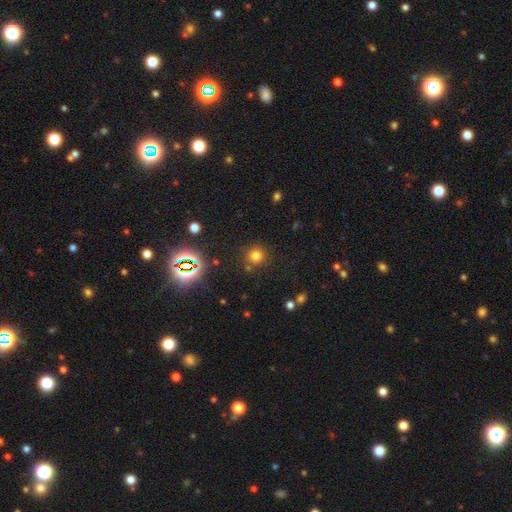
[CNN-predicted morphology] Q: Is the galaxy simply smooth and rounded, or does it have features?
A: smooth — 71%.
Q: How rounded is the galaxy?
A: round — 93%.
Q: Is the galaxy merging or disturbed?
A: none — 83%.